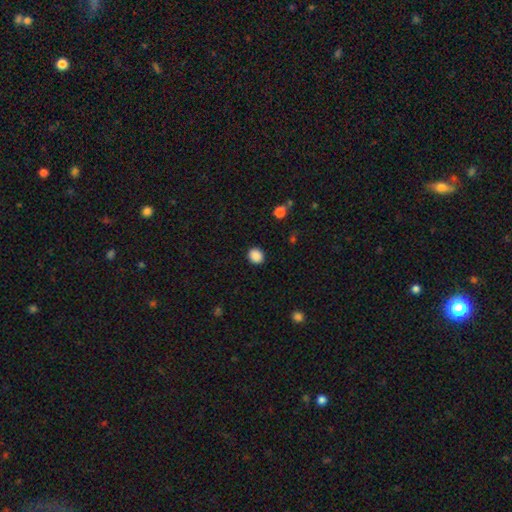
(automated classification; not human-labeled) Morphology: type=smooth (88%); roundness=round (70%); merging=none (90%).